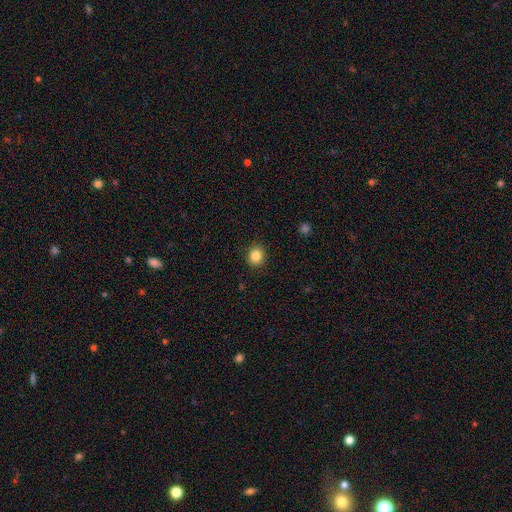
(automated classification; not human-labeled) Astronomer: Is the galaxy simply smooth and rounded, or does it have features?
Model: smooth — 86%.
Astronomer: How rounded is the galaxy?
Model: round — 79%.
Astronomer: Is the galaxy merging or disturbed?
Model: none — 90%.